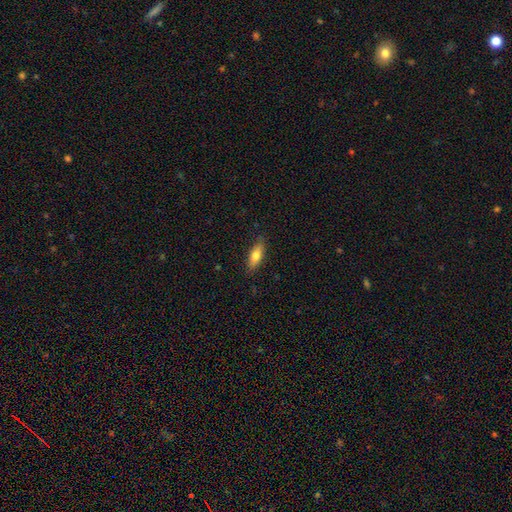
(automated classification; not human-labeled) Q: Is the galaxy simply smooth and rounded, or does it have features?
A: smooth — 74%.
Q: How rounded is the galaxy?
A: in between — 66%.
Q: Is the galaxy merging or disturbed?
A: none — 84%.